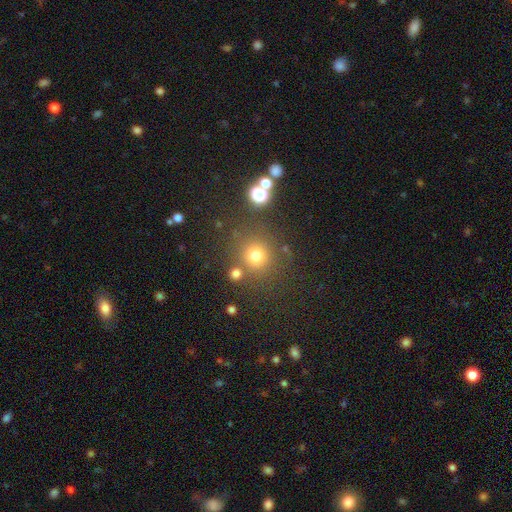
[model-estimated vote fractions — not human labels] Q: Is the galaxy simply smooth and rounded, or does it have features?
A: smooth — 74%.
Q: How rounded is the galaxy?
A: round — 91%.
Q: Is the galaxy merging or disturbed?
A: none — 77%.